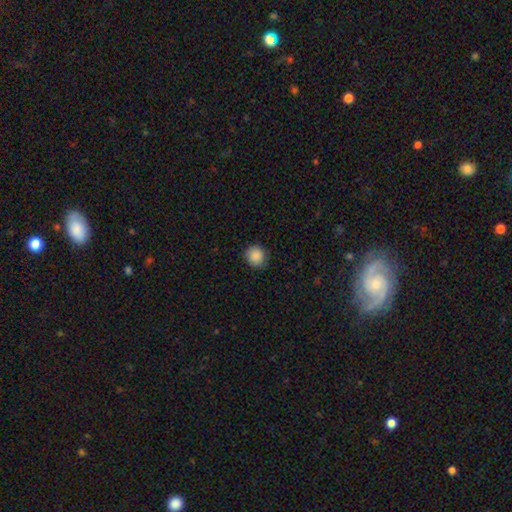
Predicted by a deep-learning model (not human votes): This appears to be a smooth galaxy with no disk features (88%) that is round (90%). Merging: none (86%).